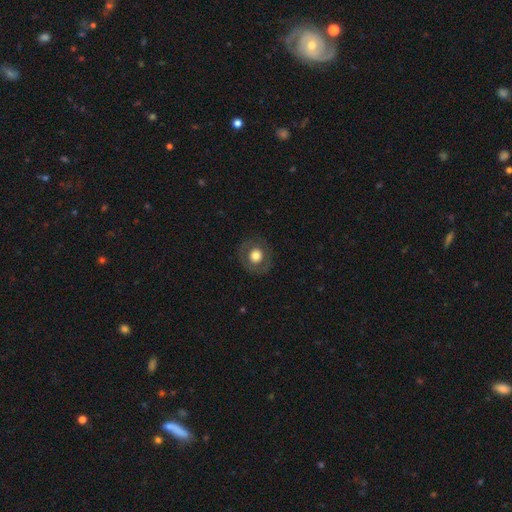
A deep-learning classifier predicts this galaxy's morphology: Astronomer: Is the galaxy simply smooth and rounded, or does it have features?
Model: smooth — 64%.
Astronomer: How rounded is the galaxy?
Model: round — 87%.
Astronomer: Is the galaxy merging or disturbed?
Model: none — 85%.